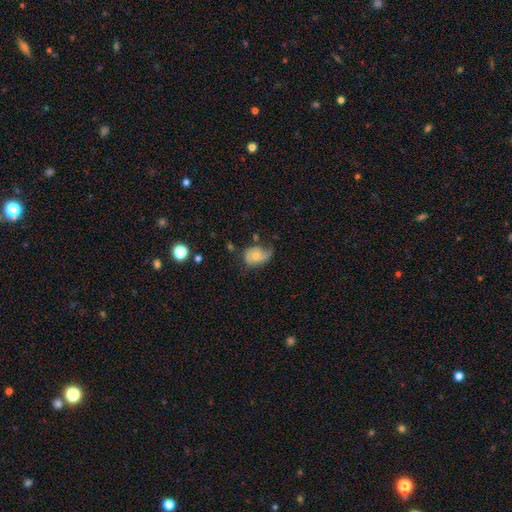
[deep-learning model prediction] Smooth or featured: featured or disk — 48% (smooth — 45%)
Merging: minor disturbance — 37% (none — 36%)